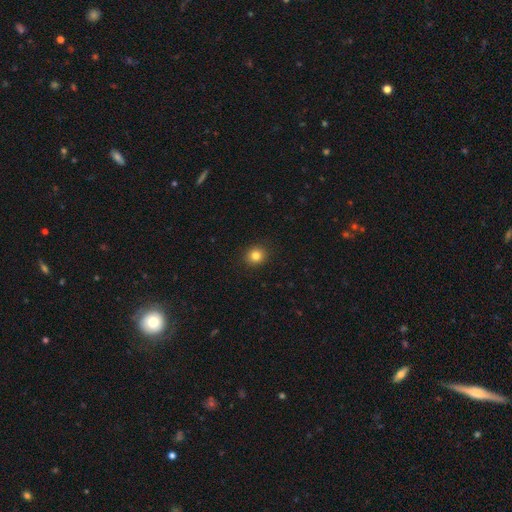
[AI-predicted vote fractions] Smooth or featured? smooth (83%)
How rounded? round (86%)
Merging? none (92%)